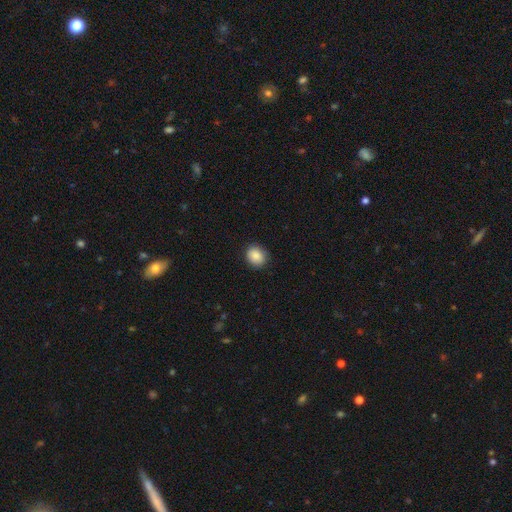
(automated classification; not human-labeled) Smooth or featured? smooth (88%)
How rounded? round (72%)
Merging? none (88%)